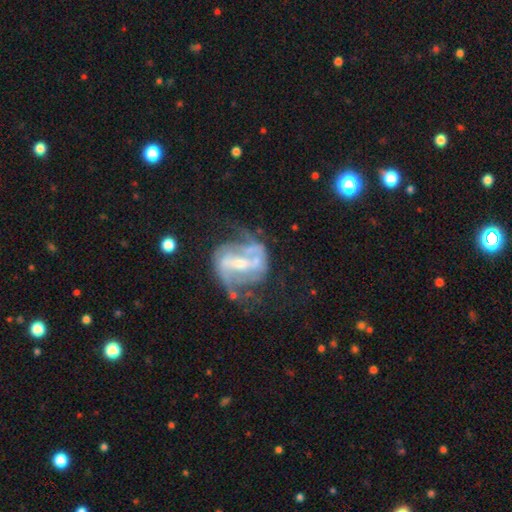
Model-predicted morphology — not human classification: Smooth or featured?
  - featured or disk: 87% *
  - smooth: 7%
  - star or artifact: 6%
Edge-on disk?
  - no: 96% *
  - yes: 4%
Bar?
  - strong: 59% *
  - weak: 30%
  - no: 11%
Spiral arms?
  - yes: 90% *
  - no: 10%
Spiral winding?
  - medium: 46% *
  - loose: 34%
  - tight: 20%
Spiral arm count?
  - 2: 83% *
  - can't tell: 8%
  - 3: 4%
  - 1: 3%
  - 4: 2%
  - more than 4: 1%
Bulge size?
  - small: 49% *
  - moderate: 42%
  - none: 4%
  - large: 3%
  - dominant: 1%
Merging?
  - none: 55% *
  - minor disturbance: 21%
  - major disturbance: 20%
  - merger: 5%